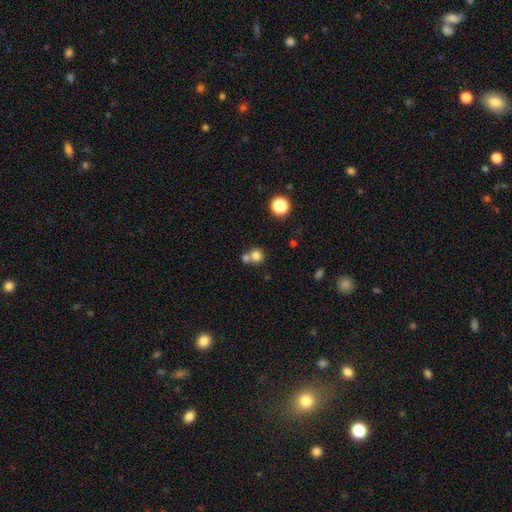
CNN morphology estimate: smooth 77%, star or artifact 13%, featured or disk 10%. Down the decision tree: how rounded — round (87%); merging — none (46%).